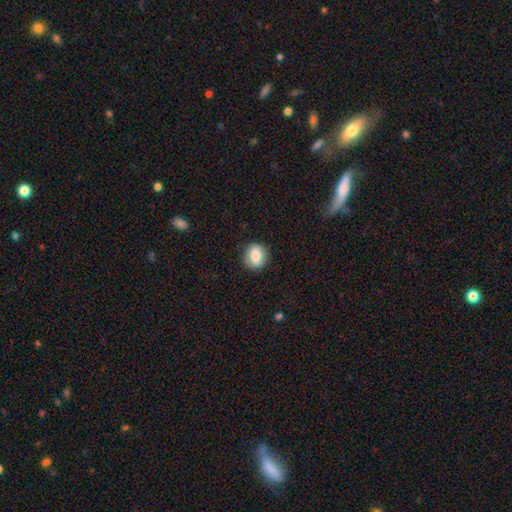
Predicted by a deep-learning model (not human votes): A smooth galaxy with no disk features (84%) that is round (58%).

Vote fractions:
- Smooth or featured? smooth: 84% / featured or disk: 8% / star or artifact: 8%
- How rounded? round: 58% / in between: 40% / cigar-shaped: 2%
- Merging? none: 86% / minor disturbance: 10% / major disturbance: 3% / merger: 1%